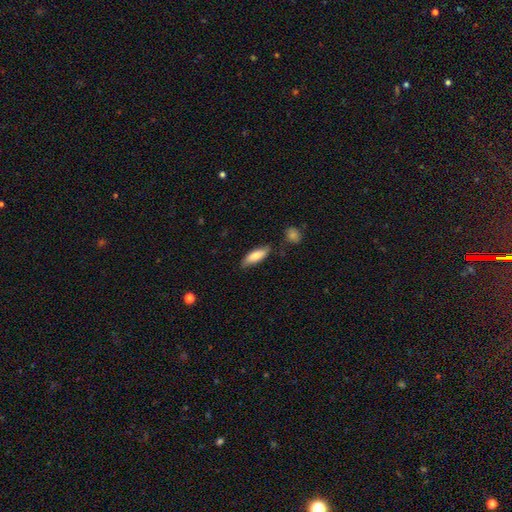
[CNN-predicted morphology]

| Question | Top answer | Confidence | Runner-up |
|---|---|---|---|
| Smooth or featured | smooth | 80% | featured or disk (14%) |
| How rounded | in between | 66% | cigar-shaped (32%) |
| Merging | none | 75% | minor disturbance (18%) |